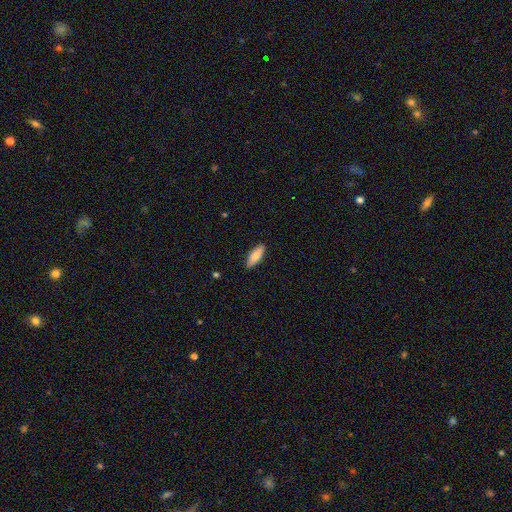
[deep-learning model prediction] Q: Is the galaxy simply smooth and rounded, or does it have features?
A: smooth — 84%.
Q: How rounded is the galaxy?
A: in between — 60%.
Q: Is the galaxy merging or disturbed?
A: none — 88%.